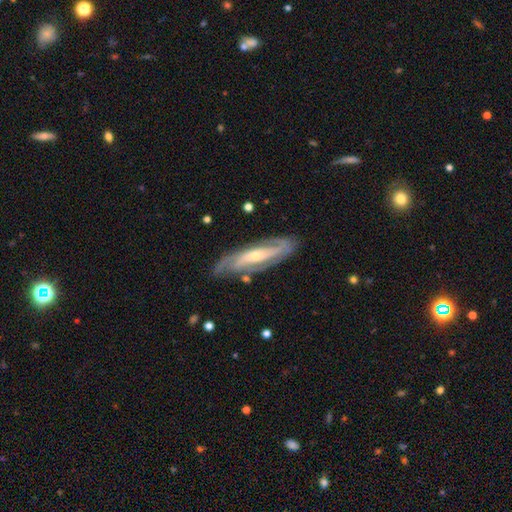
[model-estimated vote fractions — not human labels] A featured or disk galaxy (84%) with no bar (44%), 2 (59%) tight (47%) spiral arms (94%) and a small central bulge (57%).

Vote fractions:
- Smooth or featured? featured or disk: 84% / smooth: 11% / star or artifact: 5%
- Edge-on disk? no: 81% / yes: 19%
- Bar? no: 44% / weak: 32% / strong: 24%
- Spiral arms? yes: 94% / no: 6%
- Spiral winding? tight: 47% / medium: 40% / loose: 13%
- Spiral arm count? 2: 59% / can't tell: 20% / 3: 11% / 4: 4% / 1: 3% / more than 4: 3%
- Bulge size? small: 57% / moderate: 39% / large: 2% / none: 1% / dominant: 1%
- Merging? none: 78% / minor disturbance: 15% / major disturbance: 5% / merger: 2%